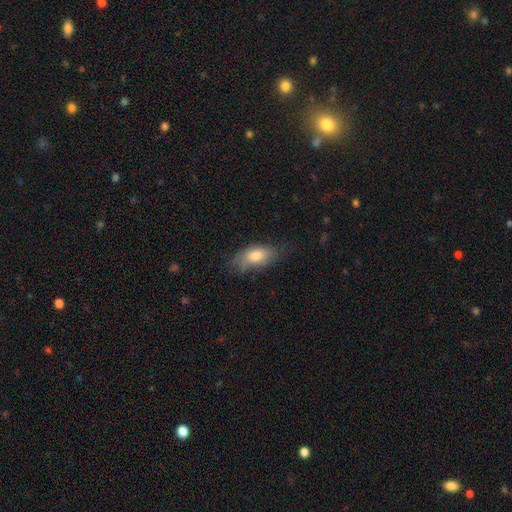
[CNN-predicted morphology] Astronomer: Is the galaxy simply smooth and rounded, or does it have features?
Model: smooth — 76%.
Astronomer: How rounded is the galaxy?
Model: in between — 87%.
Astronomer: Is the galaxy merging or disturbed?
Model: none — 62%.